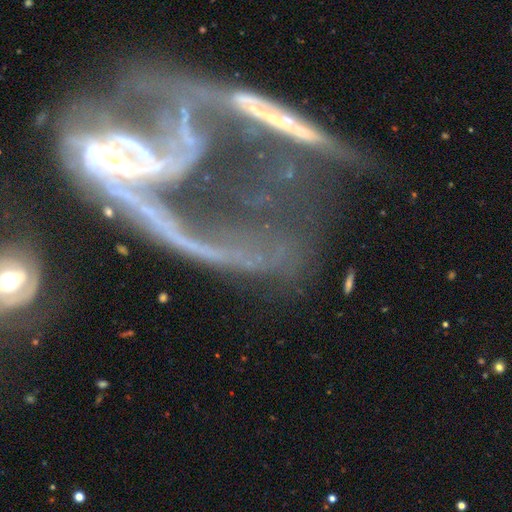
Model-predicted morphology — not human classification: Overall: featured or disk (70%). Edge-on disk: no (81%). Bar: no (46%; strong 29%). Spiral arms: yes (70%; no 30%). Bulge size: small (43%; moderate 26%). Merging: merger (36%; major disturbance 31%).